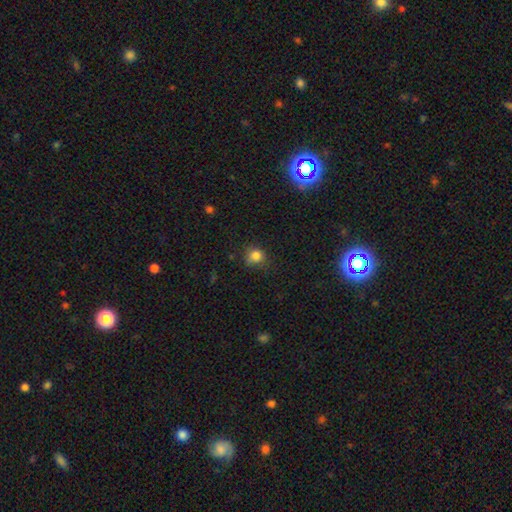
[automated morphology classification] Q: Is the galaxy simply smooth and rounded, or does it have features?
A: smooth — 82%.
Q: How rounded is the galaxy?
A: round — 78%.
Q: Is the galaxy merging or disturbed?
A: none — 71%.